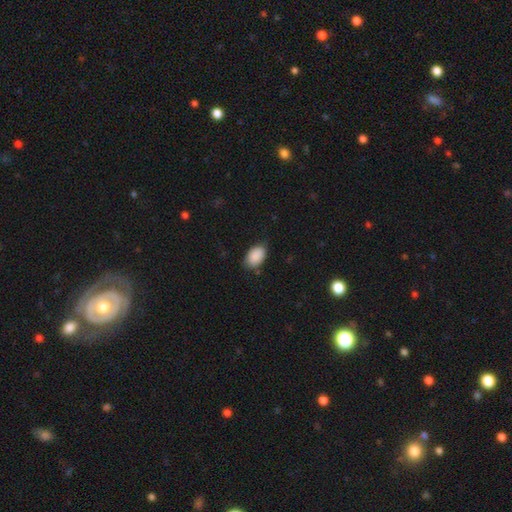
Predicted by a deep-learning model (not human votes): Smooth or featured? Predicted: smooth (p=0.89). How rounded? Predicted: in between (p=0.89). Merging? Predicted: none (p=0.75).